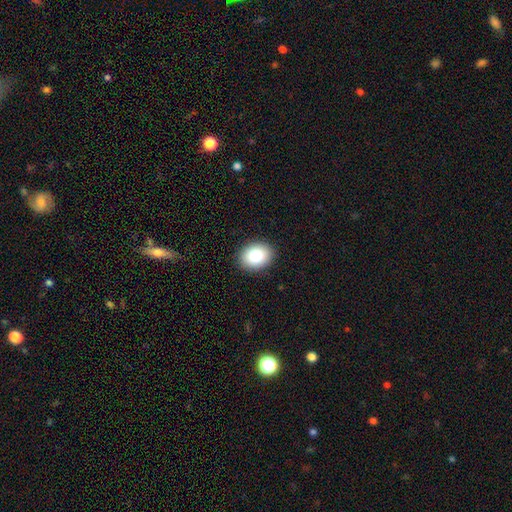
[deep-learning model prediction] A smooth galaxy with no disk features (84%) that is in between round and cigar-shaped (64%). Merging: none (90%).